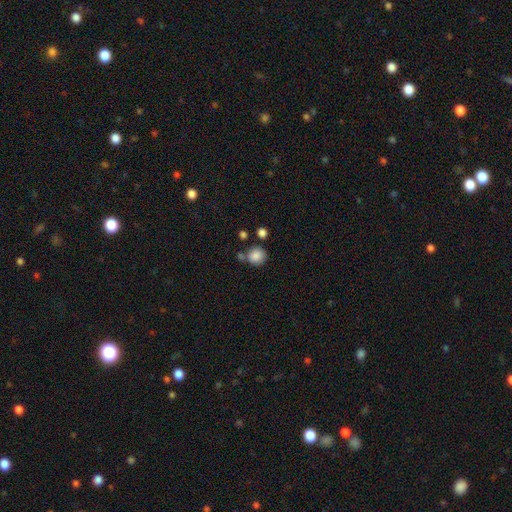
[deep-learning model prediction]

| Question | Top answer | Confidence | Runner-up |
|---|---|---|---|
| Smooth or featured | smooth | 86% | star or artifact (9%) |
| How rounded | round | 87% | in between (12%) |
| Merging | none | 69% | merger (14%) |